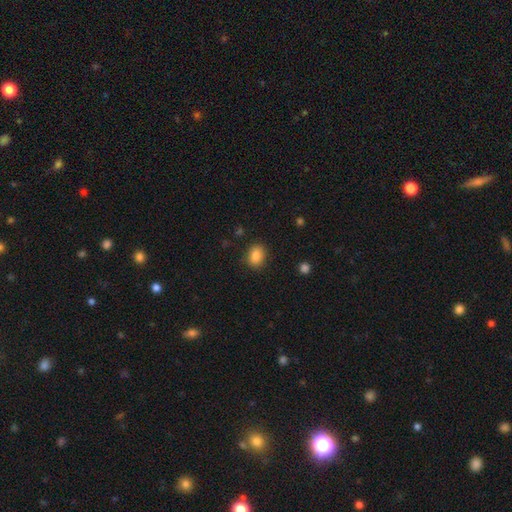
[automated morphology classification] smooth_or_featured: smooth (p=0.86) [alt: star or artifact p=0.09]
how_rounded: in between (p=0.58) [alt: round p=0.41]
merging: none (p=0.86) [alt: minor disturbance p=0.10]